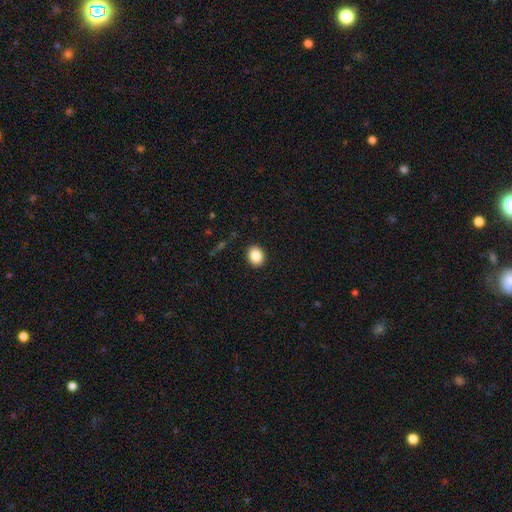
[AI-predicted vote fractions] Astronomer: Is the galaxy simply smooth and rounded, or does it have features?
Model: smooth — 86%.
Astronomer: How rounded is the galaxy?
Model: round — 50% (runner-up: in between, 49%).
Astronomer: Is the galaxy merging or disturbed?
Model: none — 91%.